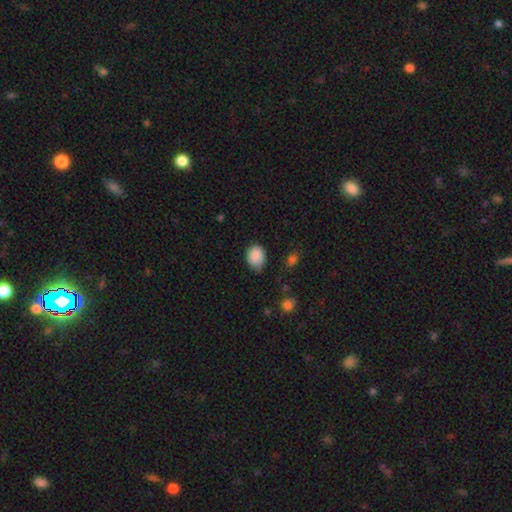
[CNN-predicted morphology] Smooth or featured? smooth (86%)
How rounded? in between (57%)
Merging? none (58%)